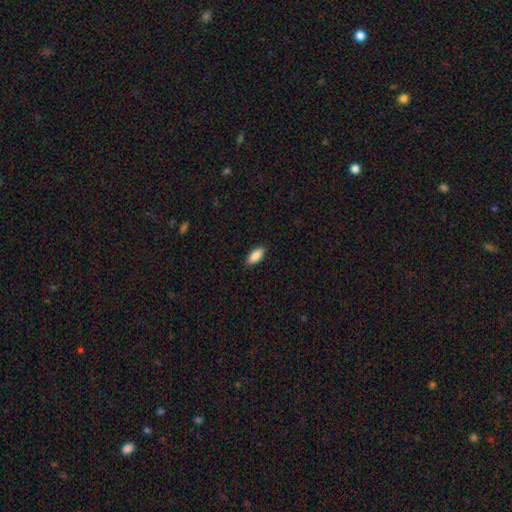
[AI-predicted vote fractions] smooth-or-featured: smooth: 89% | star or artifact: 6% | featured or disk: 5%
  how-rounded: in between: 86% | cigar-shaped: 12% | round: 2%
  merging: none: 88% | minor disturbance: 9% | major disturbance: 2% | merger: 1%